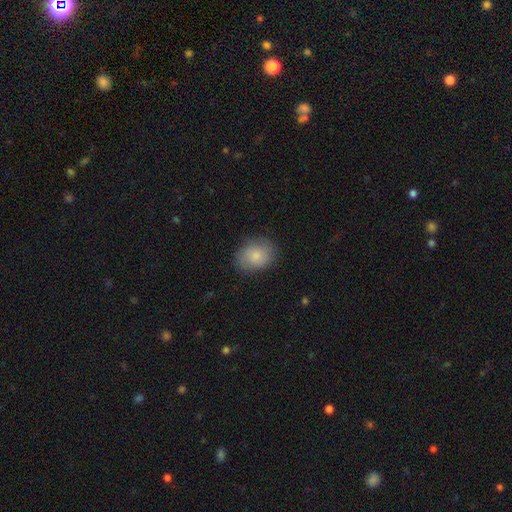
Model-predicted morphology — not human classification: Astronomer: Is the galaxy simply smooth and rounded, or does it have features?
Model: smooth — 80%.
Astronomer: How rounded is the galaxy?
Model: in between — 52% (runner-up: round, 47%).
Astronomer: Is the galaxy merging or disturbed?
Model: none — 81%.